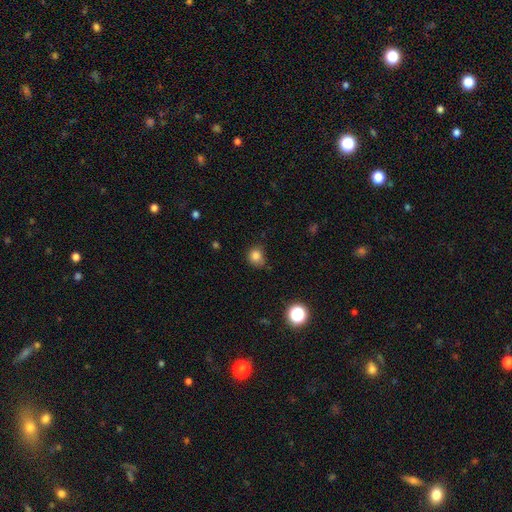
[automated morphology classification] This appears to be a smooth galaxy with no disk features (82%) that is round (76%). Merging: none (62%).